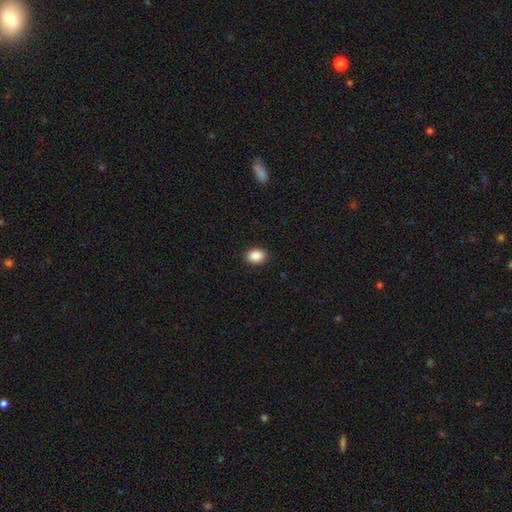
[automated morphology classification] A smooth galaxy with no disk features (89%) that is in between round and cigar-shaped (71%).

Vote fractions:
- Smooth or featured? smooth: 89% / star or artifact: 8% / featured or disk: 3%
- How rounded? in between: 71% / round: 28% / cigar-shaped: 1%
- Merging? none: 91% / minor disturbance: 6% / major disturbance: 2% / merger: 1%